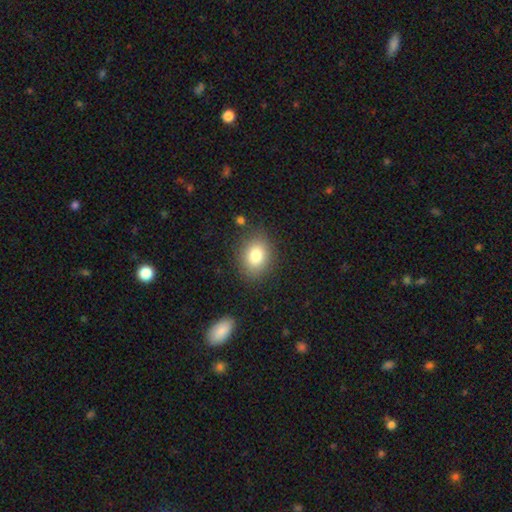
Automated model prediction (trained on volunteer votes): Q: Smooth or featured?
A: smooth (82%); runner-up: star or artifact (9%)
Q: How rounded?
A: in between (58%); runner-up: round (40%)
Q: Merging?
A: none (83%); runner-up: minor disturbance (11%)